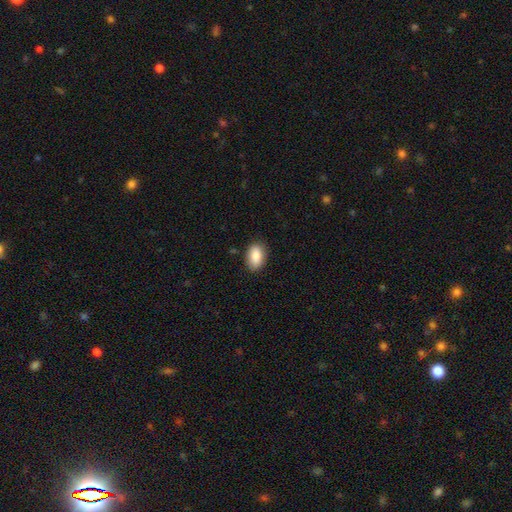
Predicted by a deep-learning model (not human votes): Smooth or featured?
  - smooth: 86% *
  - featured or disk: 7%
  - star or artifact: 7%
How rounded?
  - in between: 89% *
  - round: 9%
  - cigar-shaped: 2%
Merging?
  - none: 86% *
  - minor disturbance: 10%
  - major disturbance: 2%
  - merger: 1%